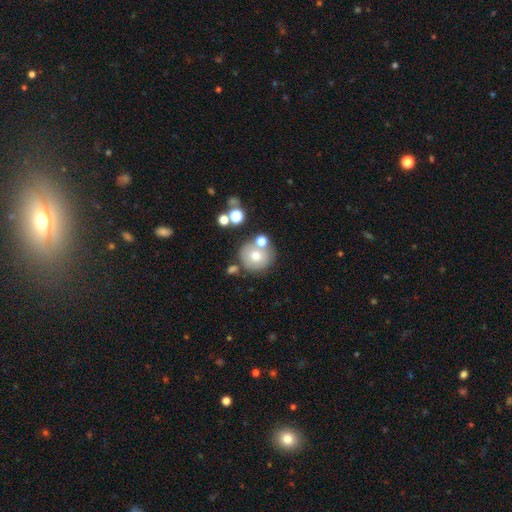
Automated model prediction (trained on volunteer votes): A smooth galaxy with no disk features (70%) that is round (89%). Merging: none (64%).